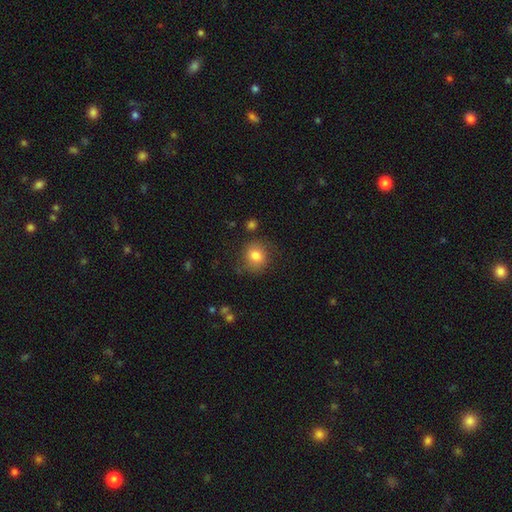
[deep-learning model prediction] A smooth galaxy with no disk features (80%) that is round (79%).

Vote fractions:
- Smooth or featured? smooth: 80% / featured or disk: 10% / star or artifact: 10%
- How rounded? round: 79% / in between: 20% / cigar-shaped: 1%
- Merging? none: 78% / minor disturbance: 14% / major disturbance: 5% / merger: 3%